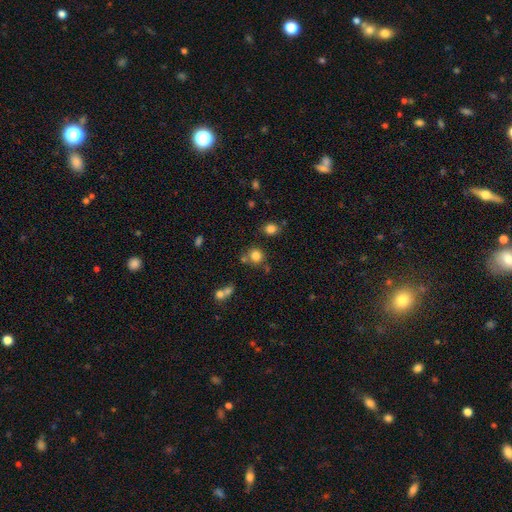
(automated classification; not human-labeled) Q: Smooth or featured?
A: smooth (80%); runner-up: star or artifact (13%)
Q: How rounded?
A: round (89%); runner-up: in between (10%)
Q: Merging?
A: none (71%); runner-up: merger (14%)